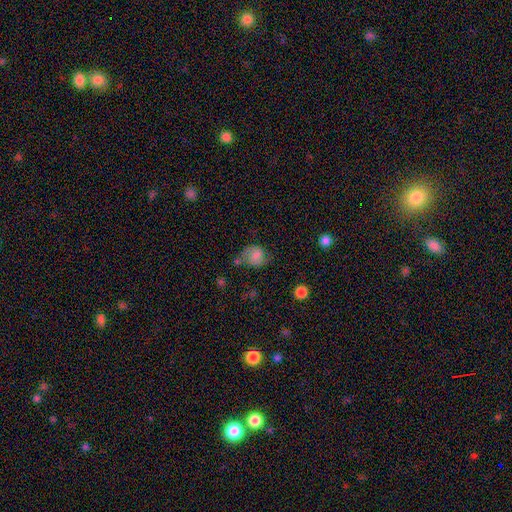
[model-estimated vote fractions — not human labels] The model was most divided on "smooth or featured": smooth: 51%, featured or disk: 39%, star or artifact: 11%. Remaining: how rounded — round (62%); merging — none (48%).